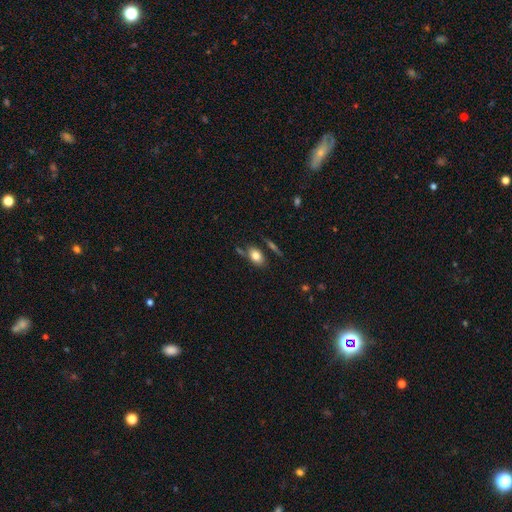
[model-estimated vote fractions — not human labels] Smooth or featured? smooth (79%)
How rounded? in between (85%)
Merging? none (69%)